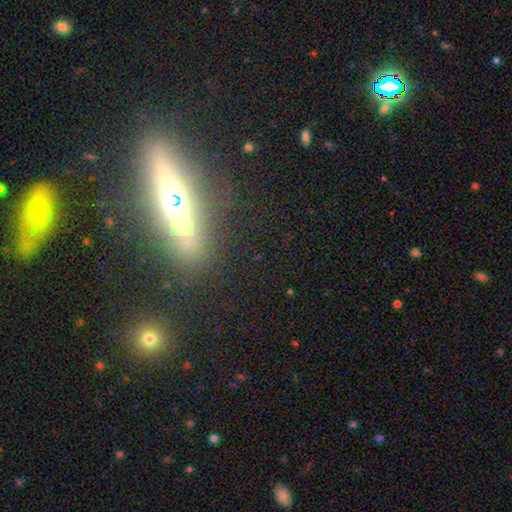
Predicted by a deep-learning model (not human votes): A featured or disk galaxy (58%) viewed edge-on (83%).

Vote fractions:
- Smooth or featured? featured or disk: 58% / smooth: 27% / star or artifact: 15%
- Edge-on disk? yes: 83% / no: 17%
- Merging? none: 83% / minor disturbance: 11% / major disturbance: 4% / merger: 3%